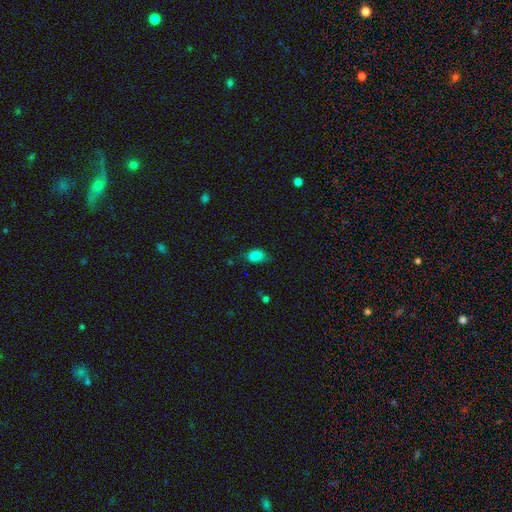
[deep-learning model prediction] This appears to be a smooth galaxy with no disk features (83%) that is in between round and cigar-shaped (81%). Merging: none (60%).